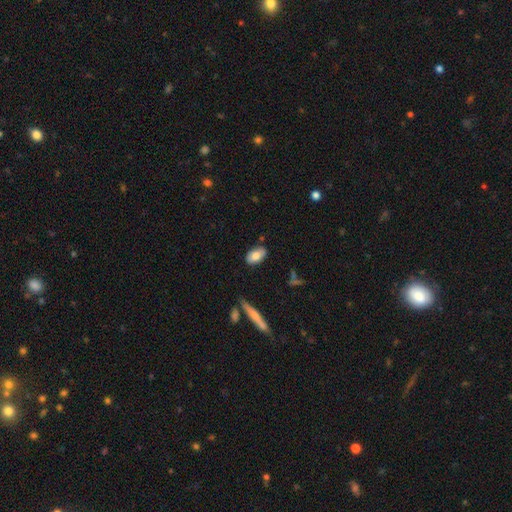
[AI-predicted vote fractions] Smooth or featured?
  - smooth: 72% *
  - featured or disk: 21%
  - star or artifact: 7%
How rounded?
  - in between: 91% *
  - round: 6%
  - cigar-shaped: 3%
Merging?
  - none: 81% *
  - minor disturbance: 14%
  - major disturbance: 3%
  - merger: 3%